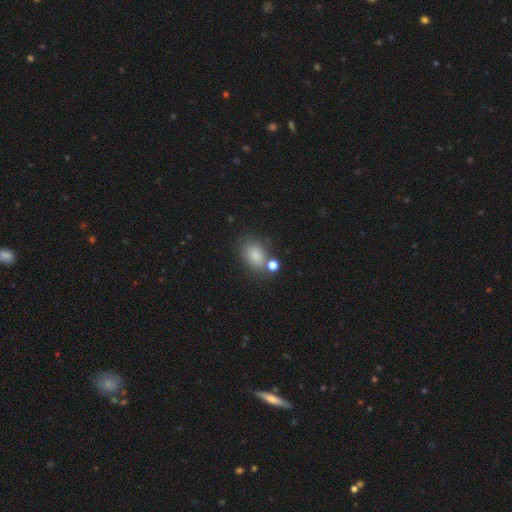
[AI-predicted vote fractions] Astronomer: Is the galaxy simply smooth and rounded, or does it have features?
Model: smooth — 81%.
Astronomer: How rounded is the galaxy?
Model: in between — 70%.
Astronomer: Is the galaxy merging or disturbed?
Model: none — 65%.